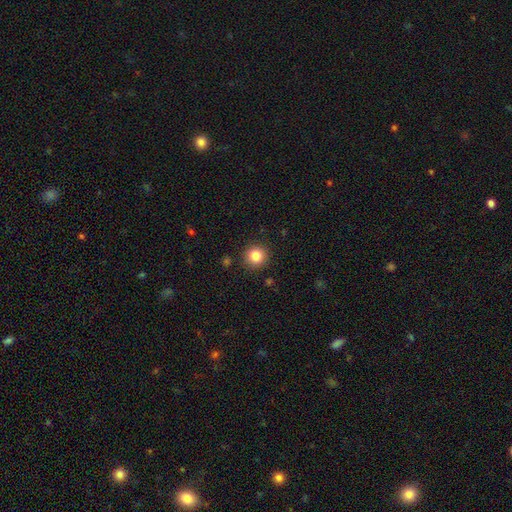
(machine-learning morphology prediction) The model was most divided on "smooth or featured": smooth: 84%, star or artifact: 10%, featured or disk: 5%. More confident: how rounded — round (94%); merging — none (90%).